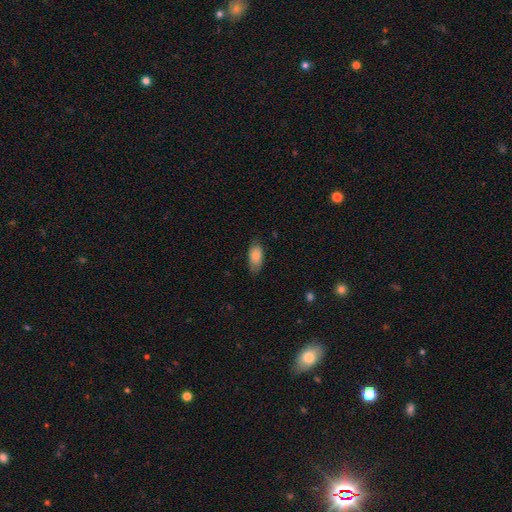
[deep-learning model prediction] Q: Smooth or featured?
A: smooth (81%); runner-up: featured or disk (12%)
Q: How rounded?
A: in between (89%); runner-up: cigar-shaped (8%)
Q: Merging?
A: none (72%); runner-up: minor disturbance (22%)